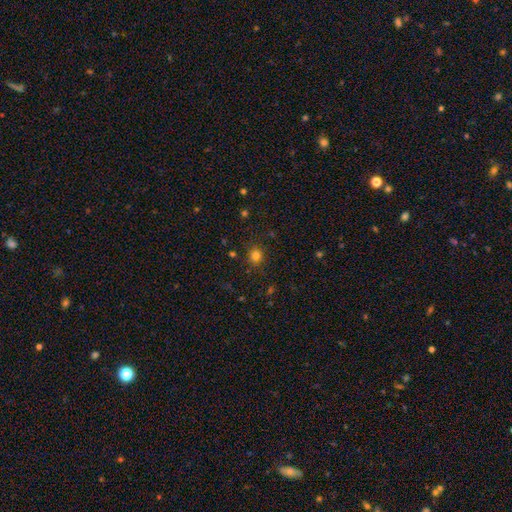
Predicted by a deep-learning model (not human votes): Smooth or featured: smooth — 80% (star or artifact — 15%)
How rounded: round — 87% (in between — 12%)
Merging: none — 87% (minor disturbance — 9%)